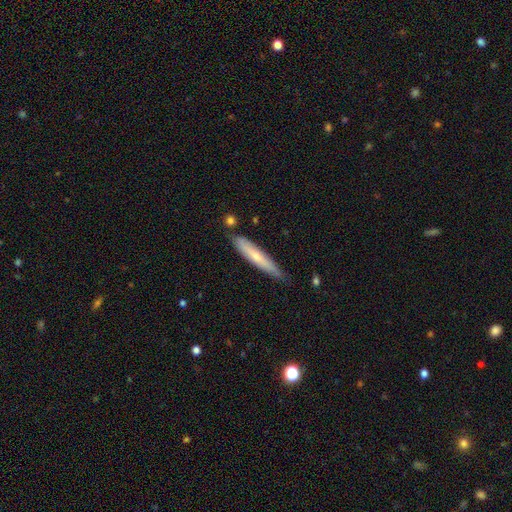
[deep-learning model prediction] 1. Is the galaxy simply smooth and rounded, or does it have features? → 52% smooth, 42% featured or disk, 6% star or artifact.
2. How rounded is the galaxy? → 91% cigar-shaped, 7% in between, 1% round.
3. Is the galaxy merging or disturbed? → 78% none, 16% minor disturbance, 3% merger, 2% major disturbance.